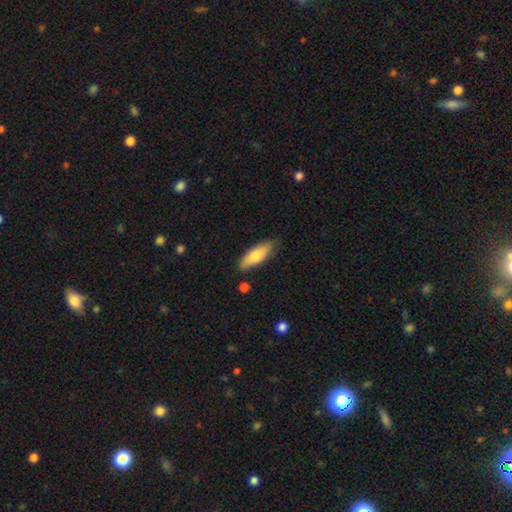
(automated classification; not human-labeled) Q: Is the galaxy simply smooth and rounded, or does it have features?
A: smooth — 76%.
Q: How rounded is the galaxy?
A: in between — 66%.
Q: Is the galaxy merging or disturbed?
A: none — 78%.